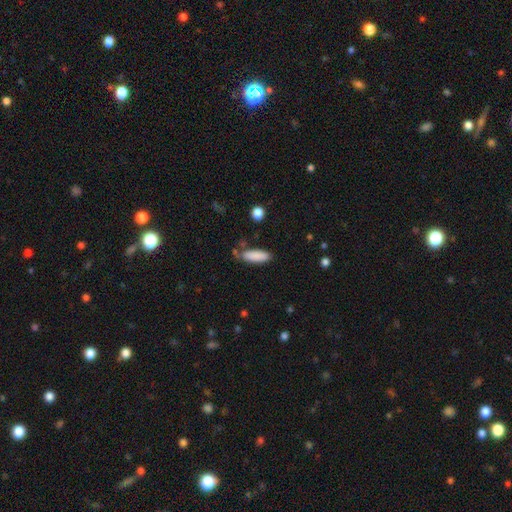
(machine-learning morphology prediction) A smooth galaxy with no disk features (87%) that is in between round and cigar-shaped (51%).

Vote fractions:
- Smooth or featured? smooth: 87% / star or artifact: 6% / featured or disk: 6%
- How rounded? in between: 51% / cigar-shaped: 47% / round: 2%
- Merging? none: 73% / minor disturbance: 18% / merger: 5% / major disturbance: 4%